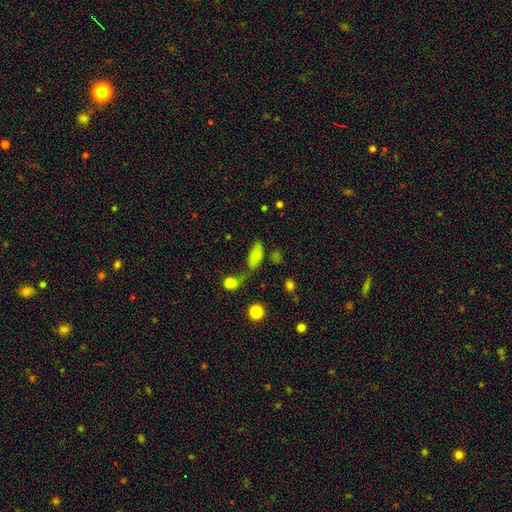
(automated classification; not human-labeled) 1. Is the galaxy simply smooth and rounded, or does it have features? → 76% smooth, 13% featured or disk, 11% star or artifact.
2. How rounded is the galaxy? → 86% in between, 8% cigar-shaped, 6% round.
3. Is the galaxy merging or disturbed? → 42% none, 27% merger, 19% minor disturbance, 13% major disturbance.